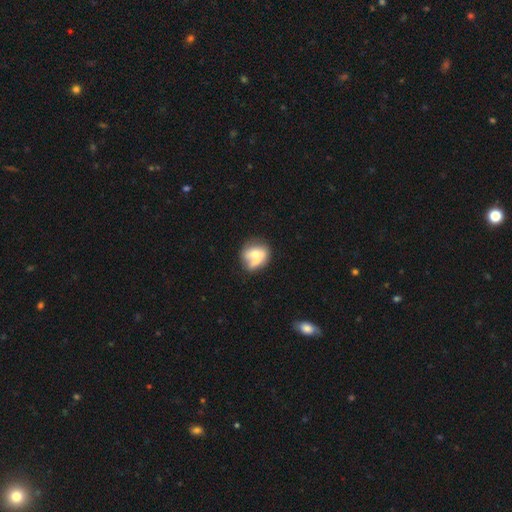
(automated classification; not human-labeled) A smooth galaxy with no disk features (55%) that is round (63%). Merging: none (40%).